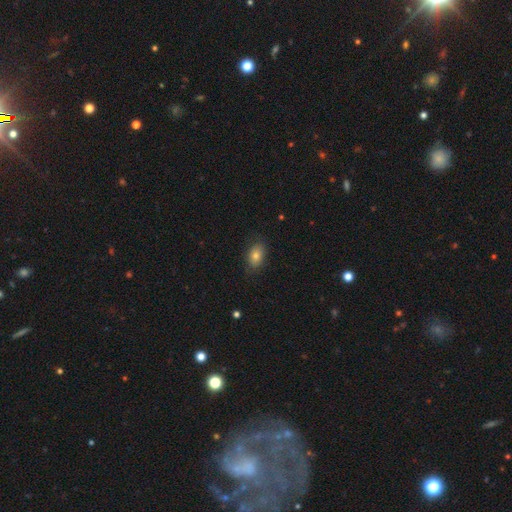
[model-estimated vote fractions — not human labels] smooth-or-featured: smooth: 78% | featured or disk: 13% | star or artifact: 9%
  how-rounded: in between: 85% | round: 14% | cigar-shaped: 2%
  merging: none: 79% | minor disturbance: 16% | major disturbance: 4% | merger: 1%